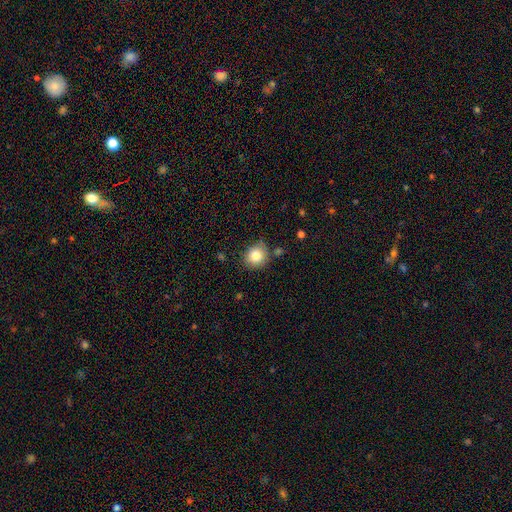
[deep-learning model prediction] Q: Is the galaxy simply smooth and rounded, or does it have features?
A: smooth — 82%.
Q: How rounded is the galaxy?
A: round — 76%.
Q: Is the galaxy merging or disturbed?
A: none — 78%.